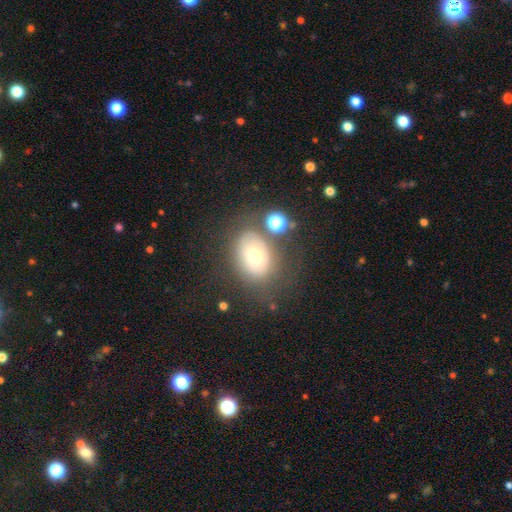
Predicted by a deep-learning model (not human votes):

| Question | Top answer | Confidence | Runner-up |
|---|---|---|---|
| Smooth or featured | smooth | 55% | featured or disk (32%) |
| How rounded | in between | 64% | round (35%) |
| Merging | none | 62% | minor disturbance (18%) |